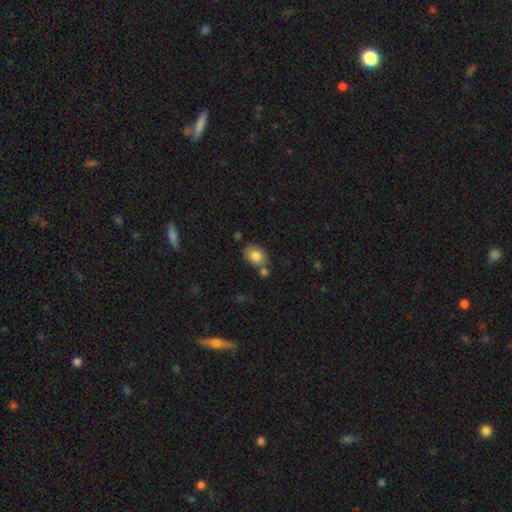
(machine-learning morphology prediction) A smooth galaxy with no disk features (81%) that is in between round and cigar-shaped (74%).

Vote fractions:
- Smooth or featured? smooth: 81% / featured or disk: 11% / star or artifact: 8%
- How rounded? in between: 74% / round: 24% / cigar-shaped: 1%
- Merging? none: 61% / merger: 19% / minor disturbance: 16% / major disturbance: 4%